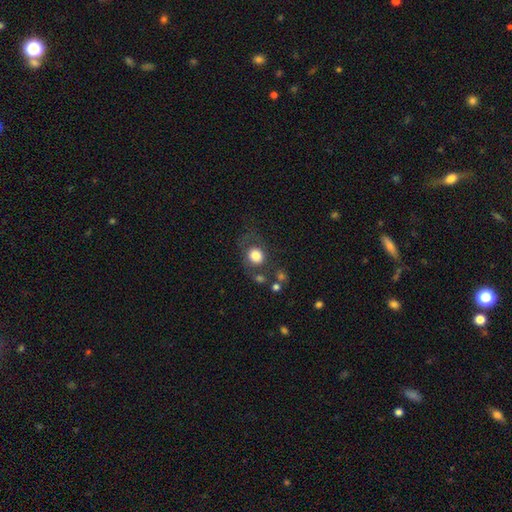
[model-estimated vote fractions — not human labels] smooth-or-featured: smooth: 79% | featured or disk: 12% | star or artifact: 9%
  how-rounded: round: 73% | in between: 26% | cigar-shaped: 1%
  merging: none: 62% | minor disturbance: 18% | major disturbance: 13% | merger: 7%